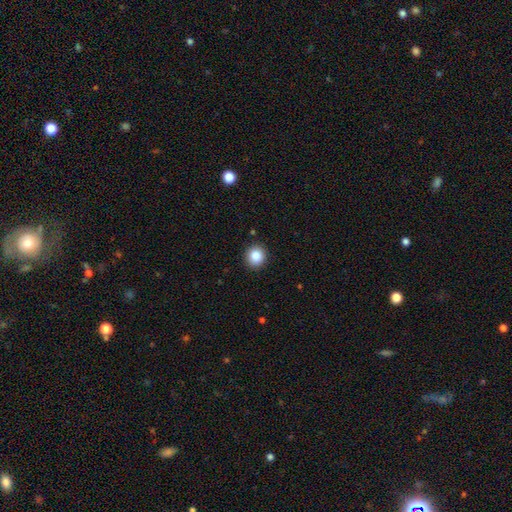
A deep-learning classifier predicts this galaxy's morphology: A smooth galaxy with no disk features (86%) that is round (87%). Merging: none (91%).